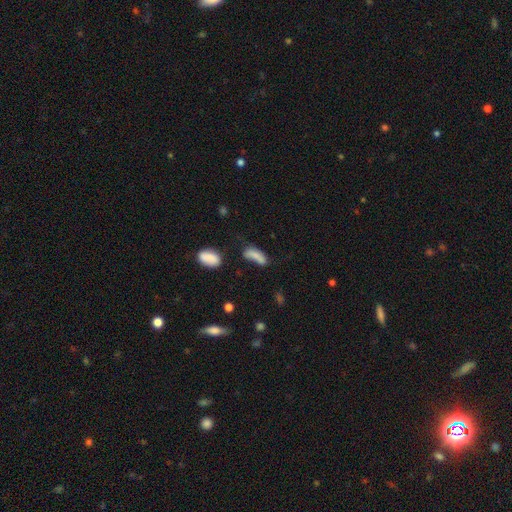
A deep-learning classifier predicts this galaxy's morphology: Q: Smooth or featured?
A: smooth (74%); runner-up: featured or disk (15%)
Q: How rounded?
A: in between (69%); runner-up: cigar-shaped (27%)
Q: Merging?
A: none (35%); runner-up: minor disturbance (27%)